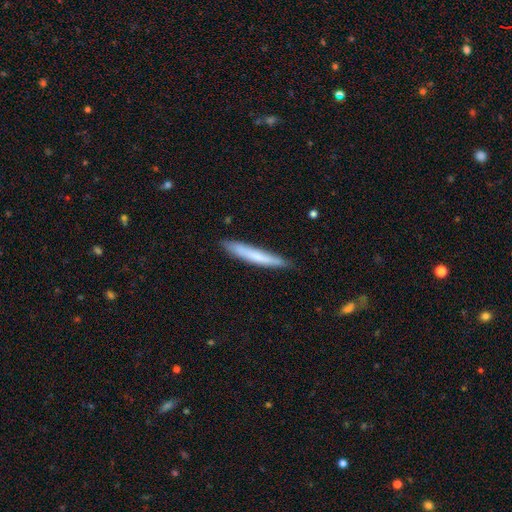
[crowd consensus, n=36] This is likely a smooth galaxy (72%). How rounded: clearly cigar-shaped (96%). Merging: clearly none (91%).